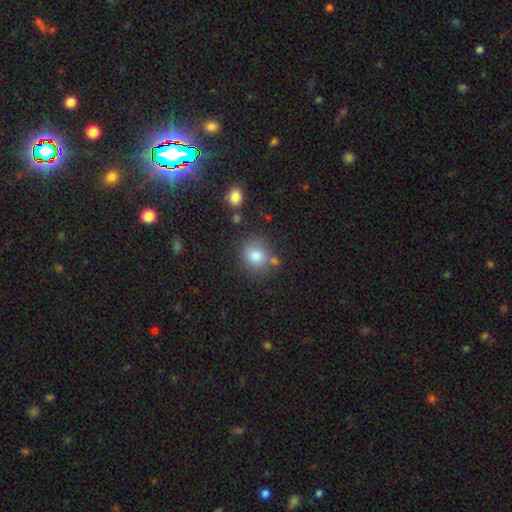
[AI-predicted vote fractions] smooth_or_featured: smooth (p=0.82) [alt: star or artifact p=0.10]
how_rounded: round (p=0.78) [alt: in between p=0.21]
merging: none (p=0.73) [alt: minor disturbance p=0.13]